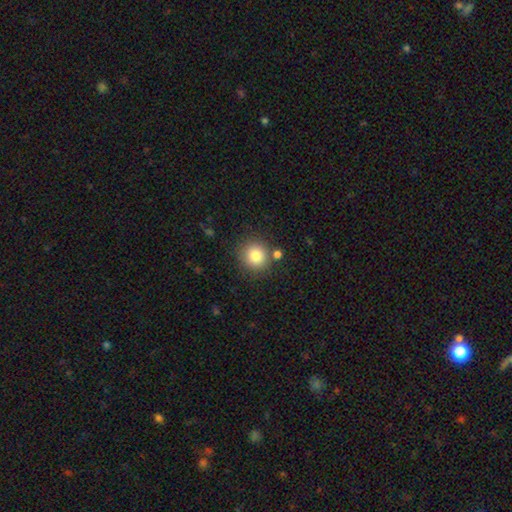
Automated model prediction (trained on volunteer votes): This appears to be a smooth galaxy with no disk features (83%) that is round (91%). Merging: none (80%).